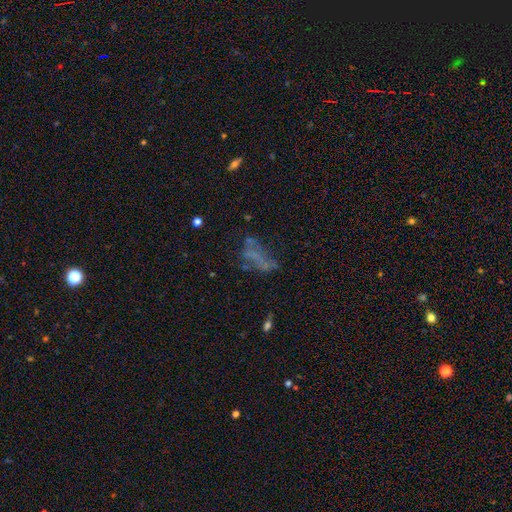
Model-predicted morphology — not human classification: smooth-or-featured: featured or disk: 43% | smooth: 35% | star or artifact: 22%
  merging: none: 38% | major disturbance: 31% | minor disturbance: 20% | merger: 12%